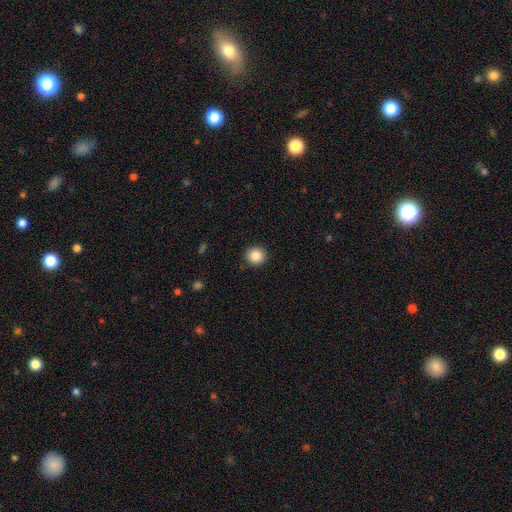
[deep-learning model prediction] smooth_or_featured: smooth (p=0.86) [alt: star or artifact p=0.09]
how_rounded: round (p=0.92) [alt: in between p=0.07]
merging: none (p=0.91) [alt: minor disturbance p=0.06]